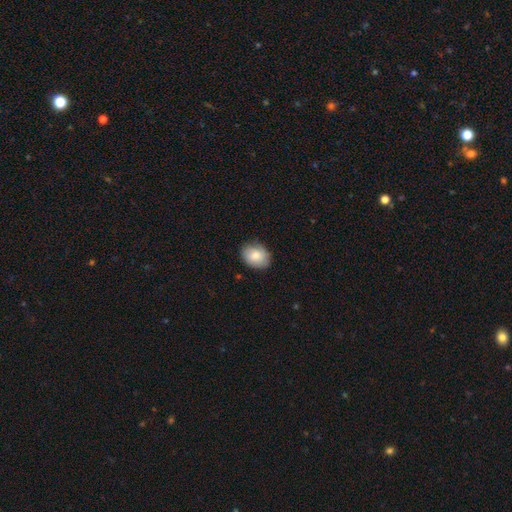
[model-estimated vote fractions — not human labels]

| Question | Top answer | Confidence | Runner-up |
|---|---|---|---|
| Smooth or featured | smooth | 81% | featured or disk (12%) |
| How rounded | in between | 65% | round (34%) |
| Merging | none | 82% | minor disturbance (15%) |